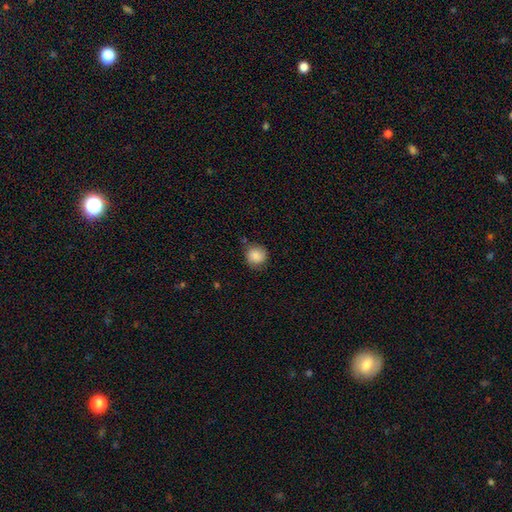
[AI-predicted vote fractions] smooth_or_featured: smooth (p=0.85) [alt: star or artifact p=0.08]
how_rounded: round (p=0.87) [alt: in between p=0.12]
merging: none (p=0.75) [alt: minor disturbance p=0.18]